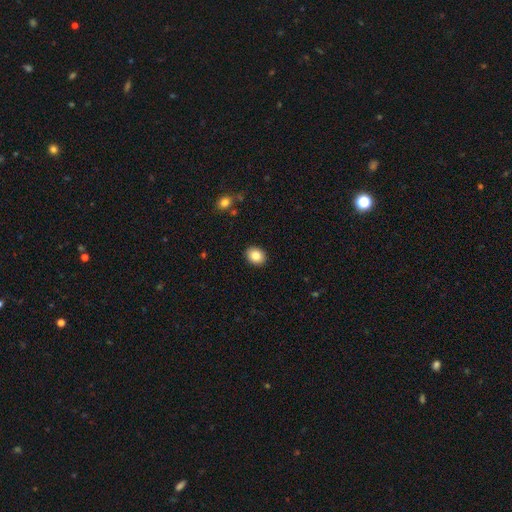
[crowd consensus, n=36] smooth_or_featured: smooth (p=0.94) [alt: featured or disk p=0.06]
how_rounded: in between (p=0.59) [alt: round p=0.41]
merging: none (p=0.86) [alt: major disturbance p=0.06]